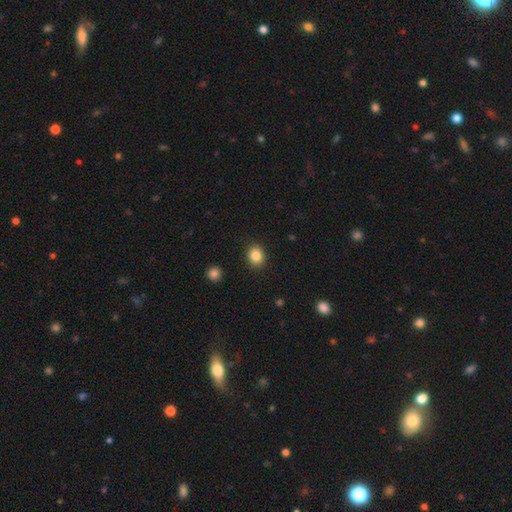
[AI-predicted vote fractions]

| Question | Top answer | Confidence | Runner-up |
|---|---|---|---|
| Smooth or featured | smooth | 85% | star or artifact (10%) |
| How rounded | round | 64% | in between (35%) |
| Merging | none | 90% | minor disturbance (7%) |